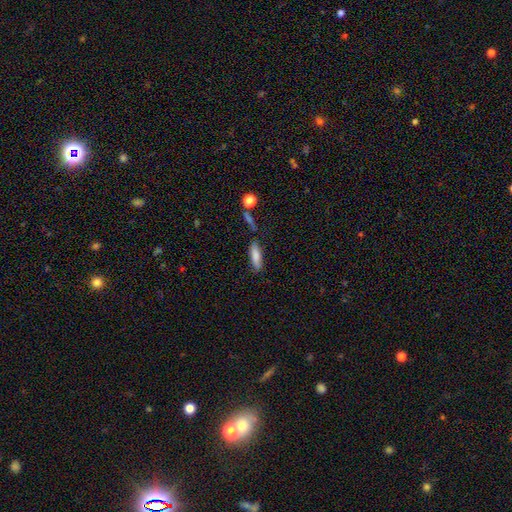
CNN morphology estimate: smooth-or-featured: smooth: 80% | featured or disk: 13% | star or artifact: 7%
  how-rounded: cigar-shaped: 57% | in between: 41% | round: 2%
  merging: none: 68% | minor disturbance: 19% | merger: 7% | major disturbance: 5%